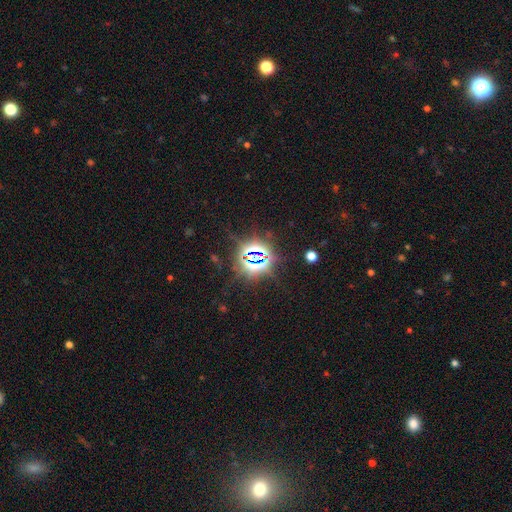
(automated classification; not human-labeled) smooth-or-featured: star or artifact: 82% | smooth: 10% | featured or disk: 8%